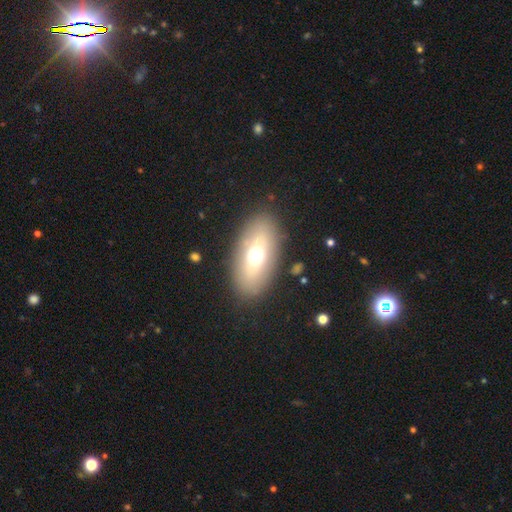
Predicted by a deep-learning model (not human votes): Q: Smooth or featured?
A: smooth (62%); runner-up: featured or disk (28%)
Q: How rounded?
A: in between (88%); runner-up: round (7%)
Q: Merging?
A: none (86%); runner-up: minor disturbance (9%)